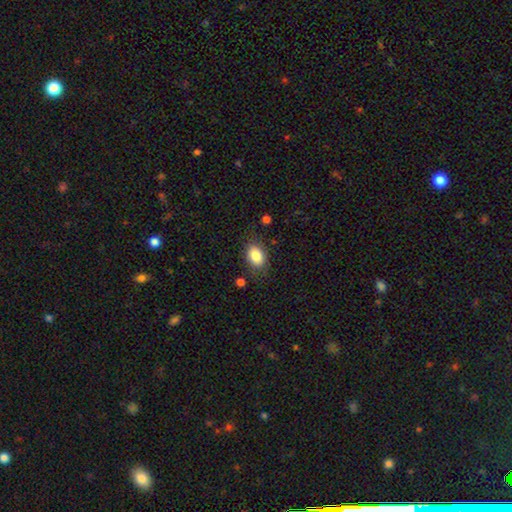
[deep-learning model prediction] Smooth or featured? Predicted: smooth (p=0.84). How rounded? Predicted: in between (p=0.81). Merging? Predicted: none (p=0.80).